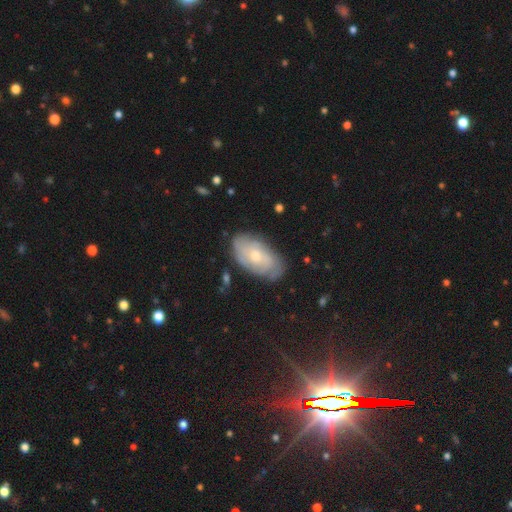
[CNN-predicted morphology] Smooth or featured?
  - featured or disk: 62% *
  - smooth: 31%
  - star or artifact: 7%
Edge-on disk?
  - no: 94% *
  - yes: 6%
Bar?
  - no: 76% *
  - weak: 21%
  - strong: 3%
Spiral arms?
  - yes: 80% *
  - no: 20%
Bulge size?
  - small: 56% *
  - moderate: 40%
  - large: 2%
  - none: 1%
  - dominant: 1%
Merging?
  - none: 75% *
  - minor disturbance: 19%
  - major disturbance: 5%
  - merger: 2%